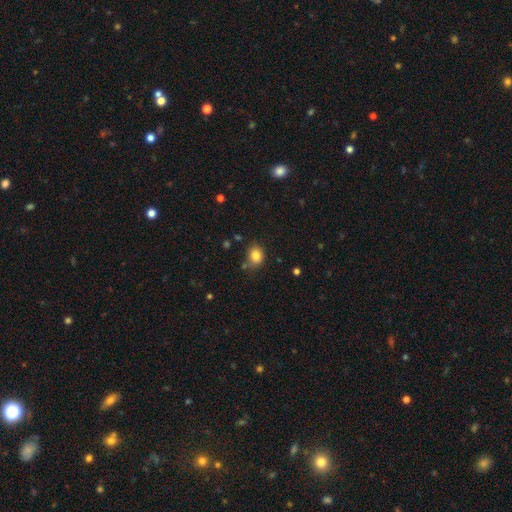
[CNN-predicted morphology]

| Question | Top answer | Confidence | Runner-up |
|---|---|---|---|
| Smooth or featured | smooth | 83% | star or artifact (11%) |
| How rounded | round | 61% | in between (38%) |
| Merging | none | 73% | minor disturbance (17%) |